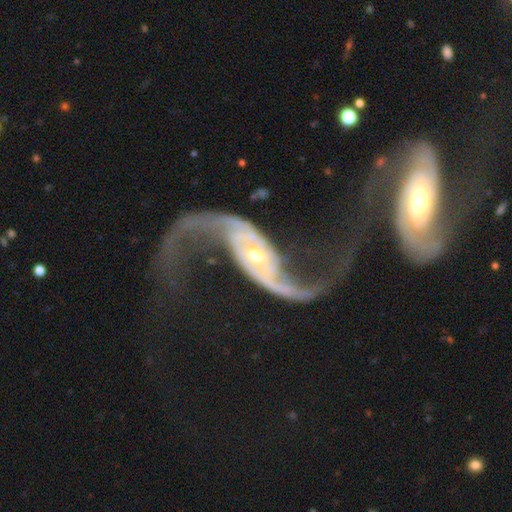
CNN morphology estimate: type=featured or disk (93%); edge-on=no (96%); bar=no (45%); spiral arms=yes (97%); winding=loose (85%); arm count=2 (94%); bulge=small (55%); merging=none (50%).